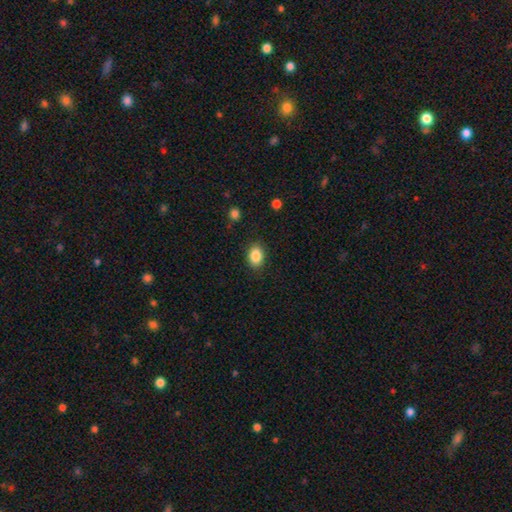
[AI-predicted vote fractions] Overall: smooth (87%). How rounded: in between (78%). Merging: none (87%).